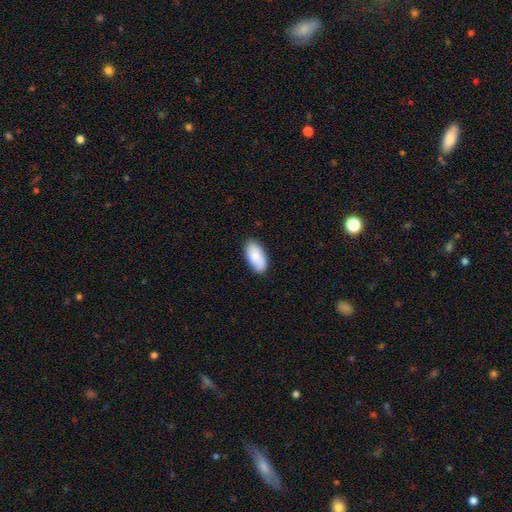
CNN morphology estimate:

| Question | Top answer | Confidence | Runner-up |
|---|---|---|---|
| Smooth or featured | smooth | 86% | featured or disk (8%) |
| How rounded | in between | 94% | cigar-shaped (4%) |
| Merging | none | 85% | minor disturbance (12%) |